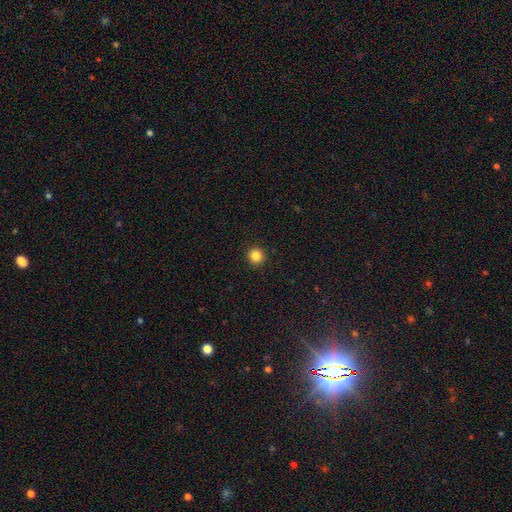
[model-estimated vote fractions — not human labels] The model was most divided on "smooth or featured": smooth: 85%, star or artifact: 11%, featured or disk: 4%. More confident: how rounded — round (95%); merging — none (93%).